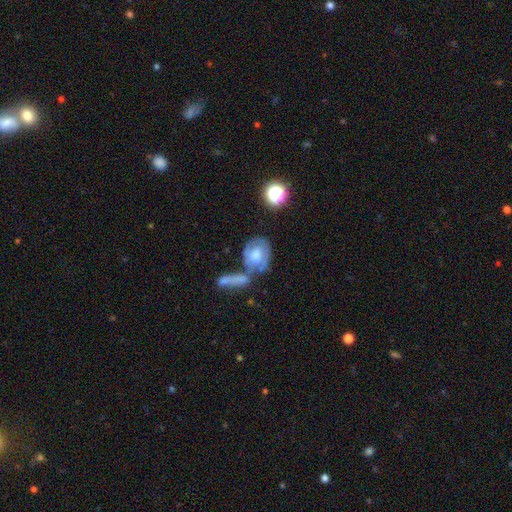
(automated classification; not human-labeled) featured or disk 54%, smooth 38%, star or artifact 8%. Down the decision tree: edge-on disk — no (94%); bar — no (70%); spiral arms — yes (65%); bulge size — moderate (44%); merging — none (34%).